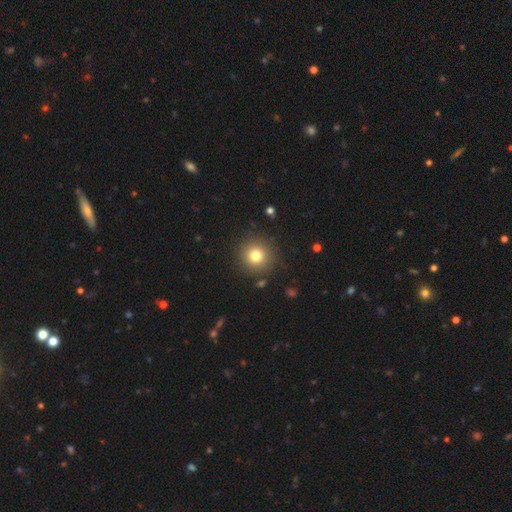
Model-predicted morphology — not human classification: smooth-or-featured: smooth: 79% | star or artifact: 13% | featured or disk: 8%
  how-rounded: round: 94% | in between: 5% | cigar-shaped: 1%
  merging: none: 89% | minor disturbance: 6% | major disturbance: 3% | merger: 2%